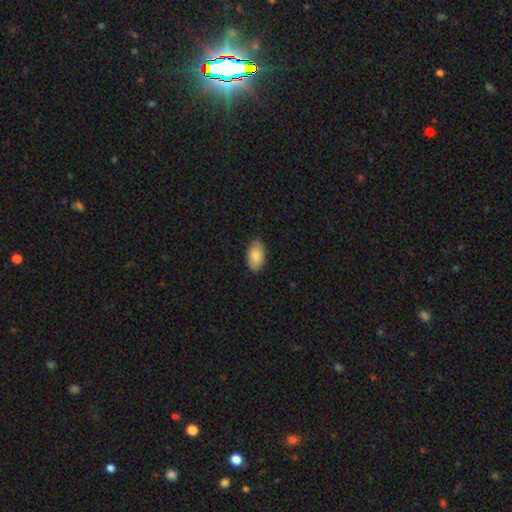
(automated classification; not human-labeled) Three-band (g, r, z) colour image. It shows a smooth galaxy with no disk features (86%) that is in between round and cigar-shaped (94%). Merging: none (88%).